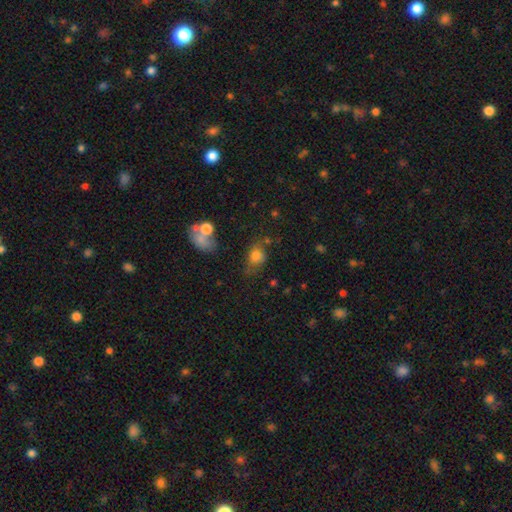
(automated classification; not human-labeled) A smooth galaxy with no disk features (73%) that is in between round and cigar-shaped (55%). Merging: none (52%).